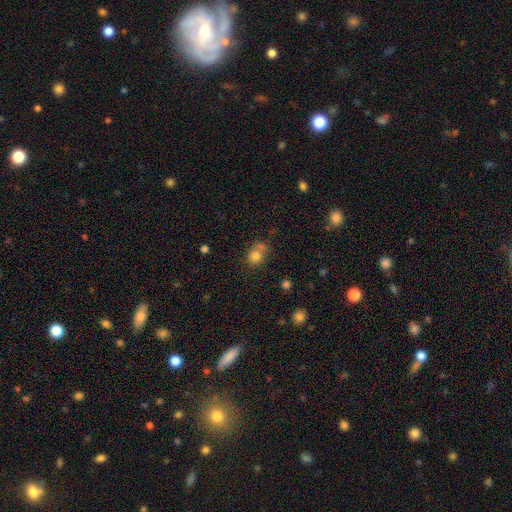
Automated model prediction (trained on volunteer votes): smooth 79%, star or artifact 12%, featured or disk 9%. Down the decision tree: how rounded — round (76%); merging — none (49%).